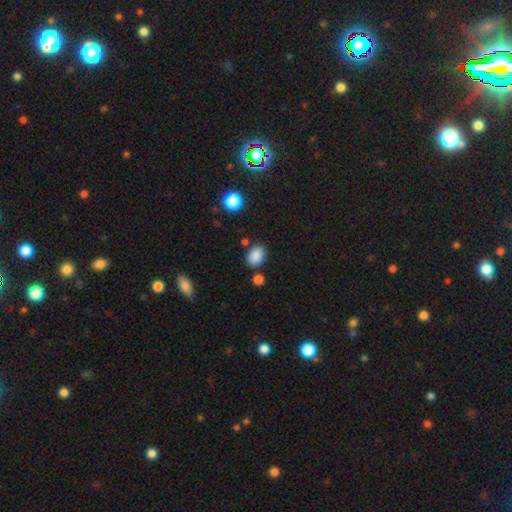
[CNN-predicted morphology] smooth-or-featured: smooth: 87% | star or artifact: 9% | featured or disk: 4%
  how-rounded: in between: 79% | round: 20% | cigar-shaped: 1%
  merging: none: 76% | minor disturbance: 14% | merger: 7% | major disturbance: 4%